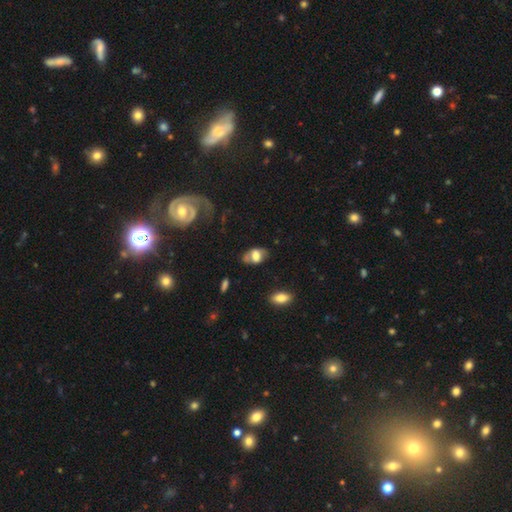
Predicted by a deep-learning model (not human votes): Smooth or featured: smooth — 56% (featured or disk — 35%)
How rounded: in between — 86% (round — 12%)
Merging: none — 53% (minor disturbance — 26%)